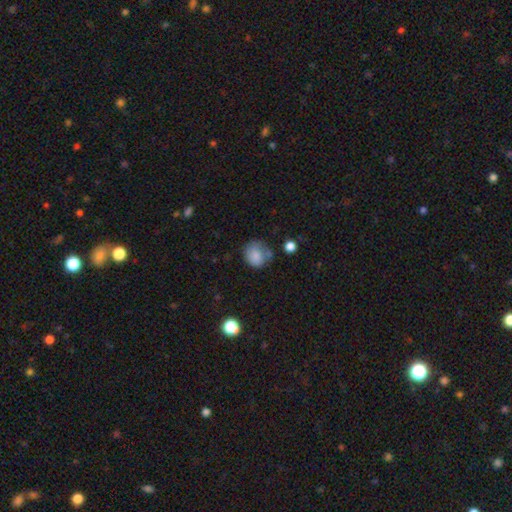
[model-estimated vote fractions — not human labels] A smooth galaxy with no disk features (80%) that is round (72%). Merging: none (51%).